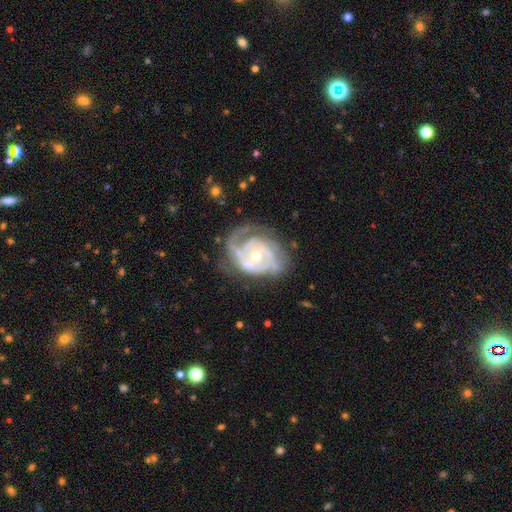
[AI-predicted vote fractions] Q: Smooth or featured?
A: featured or disk (87%); runner-up: smooth (8%)
Q: Edge-on disk?
A: no (97%); runner-up: yes (3%)
Q: Bar?
A: no (71%); runner-up: weak (22%)
Q: Spiral arms?
A: yes (92%); runner-up: no (8%)
Q: Spiral winding?
A: tight (59%); runner-up: medium (31%)
Q: Spiral arm count?
A: 2 (36%); runner-up: can't tell (25%)
Q: Bulge size?
A: moderate (58%); runner-up: small (37%)
Q: Merging?
A: none (54%); runner-up: minor disturbance (24%)